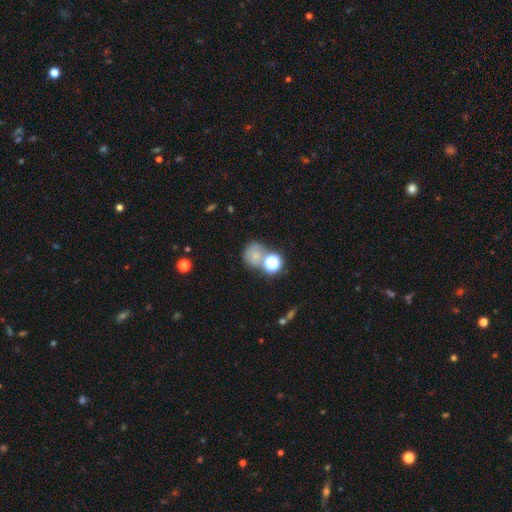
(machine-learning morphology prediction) Smooth or featured? smooth (63%)
How rounded? round (76%)
Merging? none (47%)